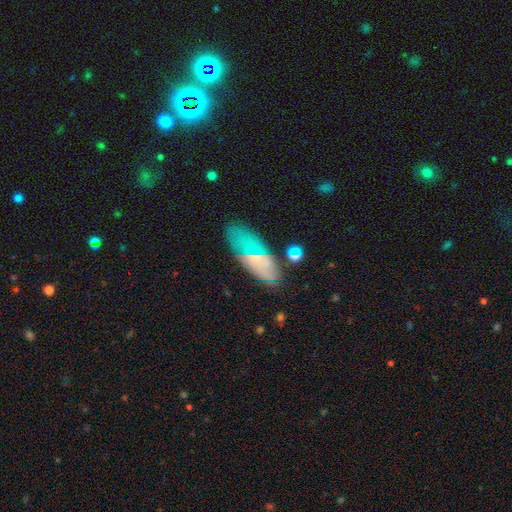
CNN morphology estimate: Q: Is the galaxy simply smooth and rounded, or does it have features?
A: smooth — 45%.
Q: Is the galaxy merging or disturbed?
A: none — 67%.